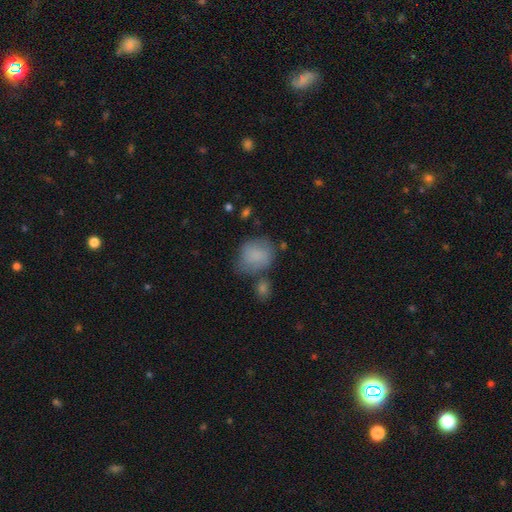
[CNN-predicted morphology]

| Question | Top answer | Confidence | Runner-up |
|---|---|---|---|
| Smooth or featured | smooth | 79% | featured or disk (13%) |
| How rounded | round | 55% | in between (44%) |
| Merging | none | 49% | minor disturbance (27%) |